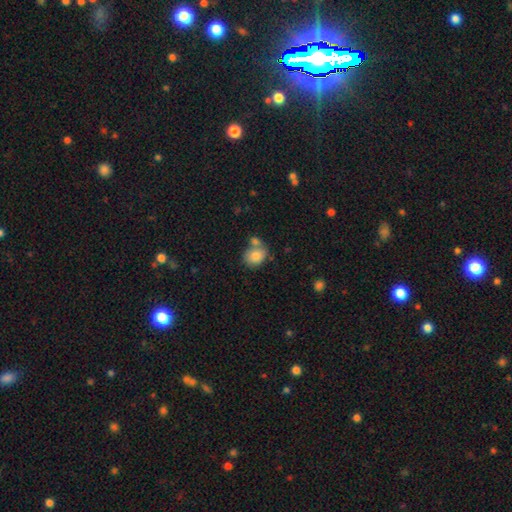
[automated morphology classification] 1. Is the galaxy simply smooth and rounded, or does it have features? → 82% smooth, 9% featured or disk, 8% star or artifact.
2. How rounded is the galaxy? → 56% round, 43% in between, 1% cigar-shaped.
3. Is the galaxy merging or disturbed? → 50% none, 31% merger, 14% minor disturbance, 5% major disturbance.